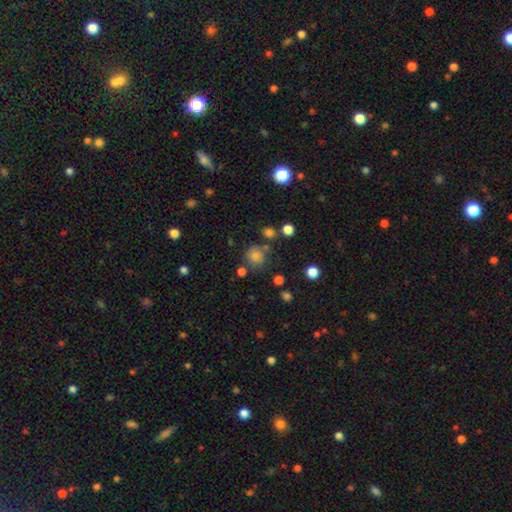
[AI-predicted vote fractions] Q: Smooth or featured?
A: smooth (73%); runner-up: star or artifact (19%)
Q: How rounded?
A: round (89%); runner-up: in between (10%)
Q: Merging?
A: none (75%); runner-up: minor disturbance (12%)